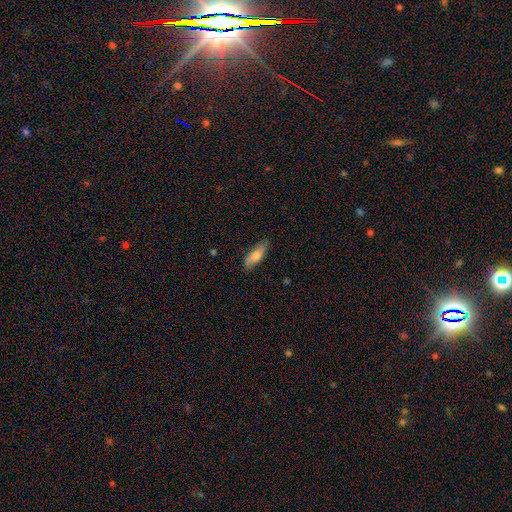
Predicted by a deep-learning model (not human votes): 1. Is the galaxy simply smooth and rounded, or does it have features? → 72% smooth, 22% featured or disk, 6% star or artifact.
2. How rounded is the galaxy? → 62% in between, 36% cigar-shaped, 2% round.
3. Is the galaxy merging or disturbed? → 80% none, 16% minor disturbance, 3% major disturbance, 1% merger.